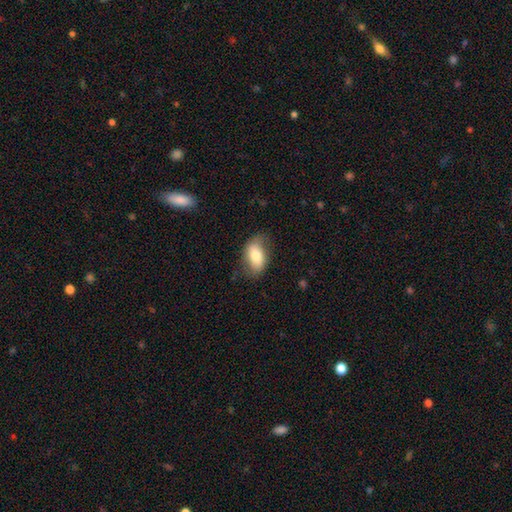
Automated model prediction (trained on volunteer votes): Q: Smooth or featured?
A: smooth (69%); runner-up: featured or disk (24%)
Q: How rounded?
A: in between (90%); runner-up: round (7%)
Q: Merging?
A: none (68%); runner-up: minor disturbance (23%)